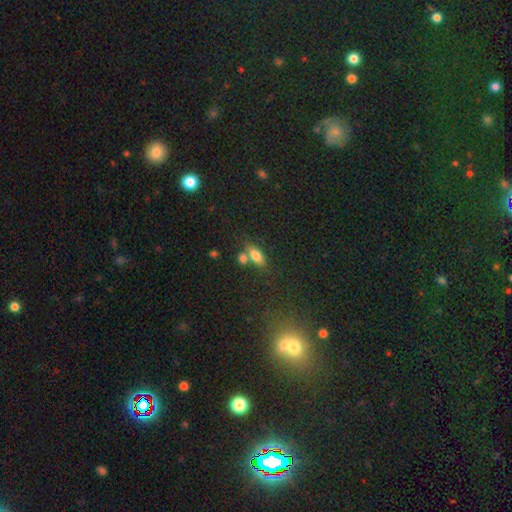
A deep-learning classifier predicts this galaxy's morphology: Smooth or featured?
  - smooth: 77% *
  - featured or disk: 12%
  - star or artifact: 10%
How rounded?
  - in between: 81% *
  - cigar-shaped: 13%
  - round: 6%
Merging?
  - none: 57% *
  - merger: 25%
  - minor disturbance: 13%
  - major disturbance: 5%